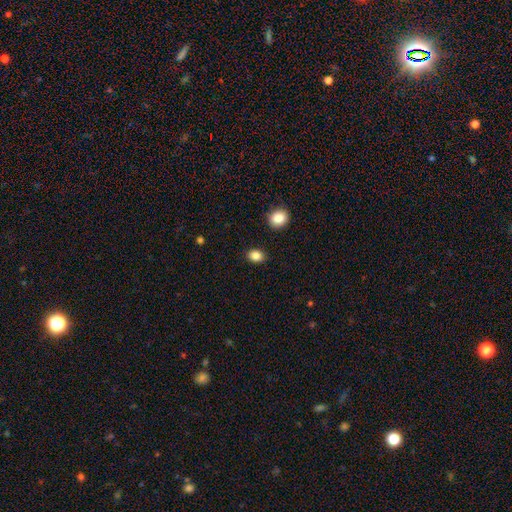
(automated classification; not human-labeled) This is clearly a smooth galaxy (85%). How rounded: possibly in between (59%). Merging: clearly none (88%).